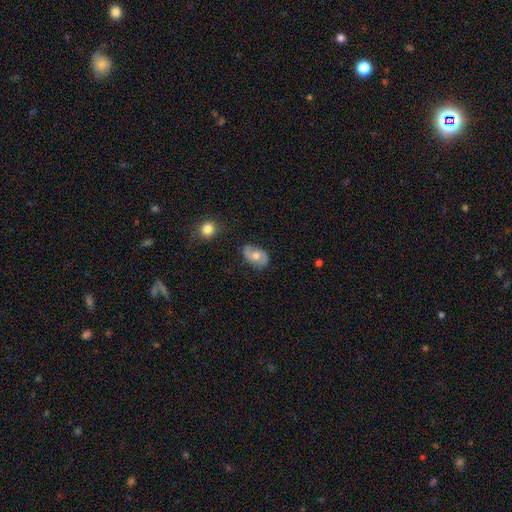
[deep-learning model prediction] A featured or disk galaxy (61%) with no bar (65%), spiral arms (82%) and a moderate central bulge (76%). Merging: none (74%).